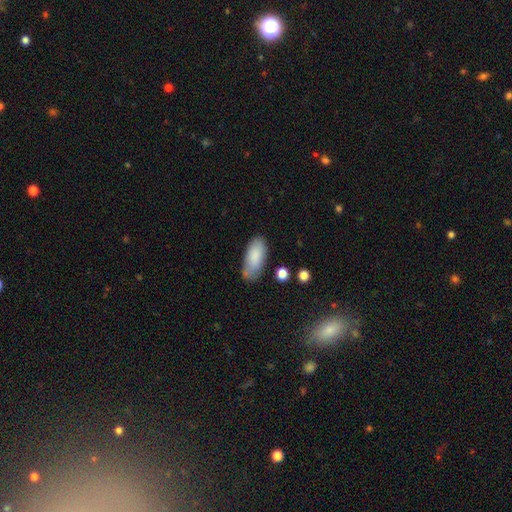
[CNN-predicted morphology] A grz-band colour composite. It shows a smooth galaxy with no disk features (84%) that is in between round and cigar-shaped (88%). Merging: none (67%).